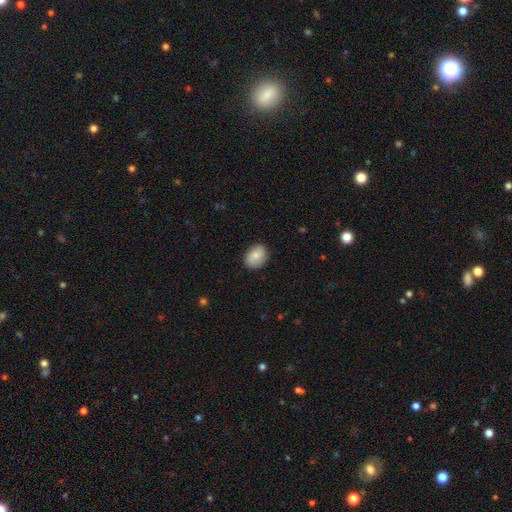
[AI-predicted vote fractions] The model was most divided on "how rounded": in between: 68%, round: 31%, cigar-shaped: 1%. More confident: merging — none (85%); smooth or featured — smooth (80%).